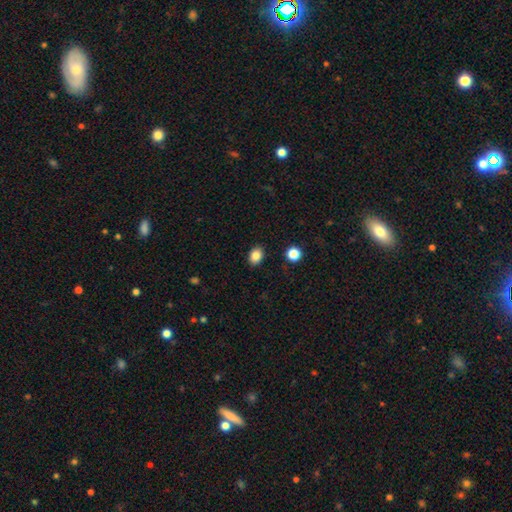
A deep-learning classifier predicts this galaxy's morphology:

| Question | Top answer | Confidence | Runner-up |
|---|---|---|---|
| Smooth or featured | smooth | 85% | star or artifact (10%) |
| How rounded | in between | 71% | round (28%) |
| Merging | none | 89% | minor disturbance (7%) |